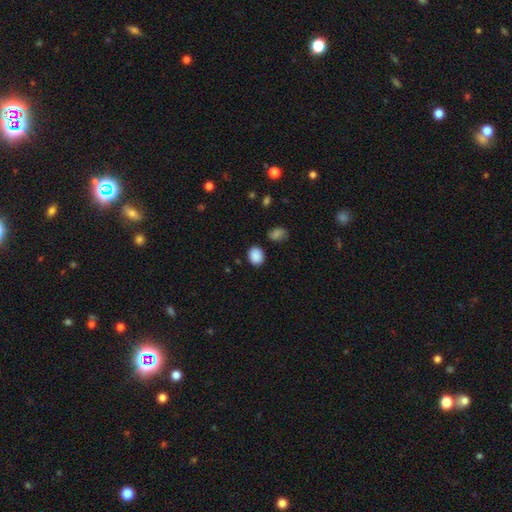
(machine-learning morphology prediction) A smooth galaxy with no disk features (88%) that is round (54%). Merging: none (85%).